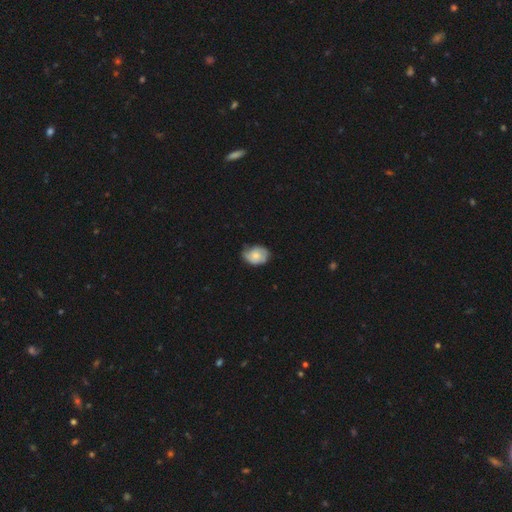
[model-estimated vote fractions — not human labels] Smooth or featured? Predicted: smooth (p=0.56). How rounded? Predicted: in between (p=0.59). Merging? Predicted: none (p=0.60).